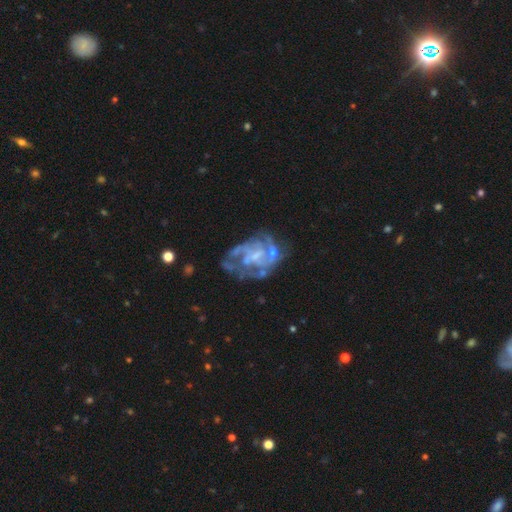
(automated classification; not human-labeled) featured or disk 80%, smooth 11%, star or artifact 9%. Down the decision tree: edge-on disk — no (98%); bar — no (56%); spiral arms — yes (60%); bulge size — small (38%); merging — none (44%).